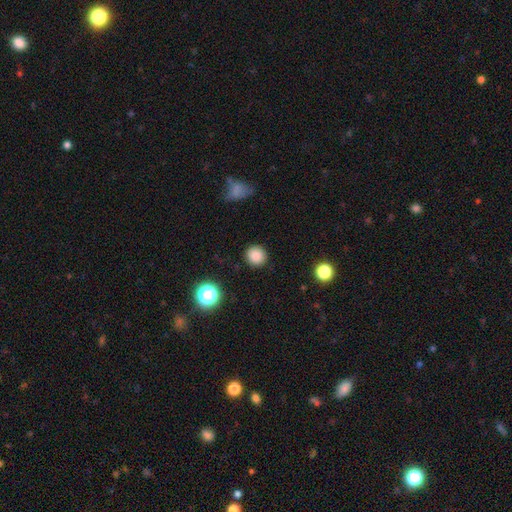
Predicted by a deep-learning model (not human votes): This appears to be a smooth galaxy with no disk features (85%) that is round (90%). Merging: none (90%).